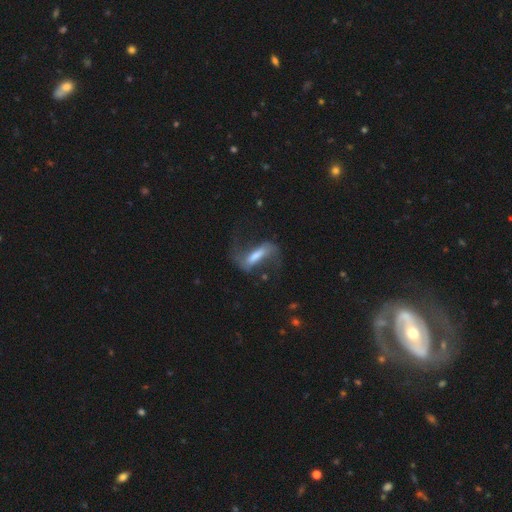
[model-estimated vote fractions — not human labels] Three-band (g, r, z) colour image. It shows a featured or disk galaxy (72%) with a strong bar (60%), 2 (90%) loose (80%) spiral arms (90%) and a moderate central bulge (34%). Merging: none (57%).